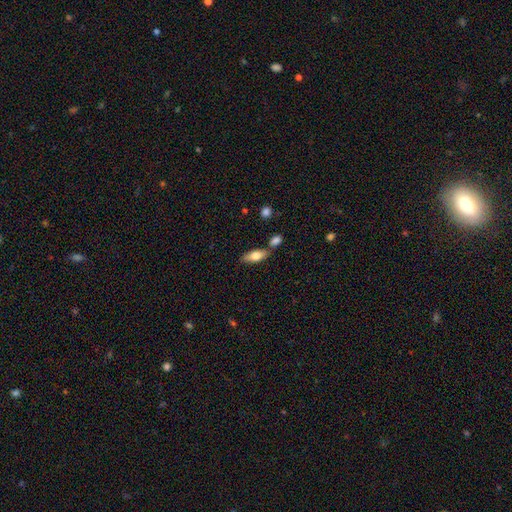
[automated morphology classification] Smooth or featured? smooth (75%)
How rounded? in between (78%)
Merging? none (68%)